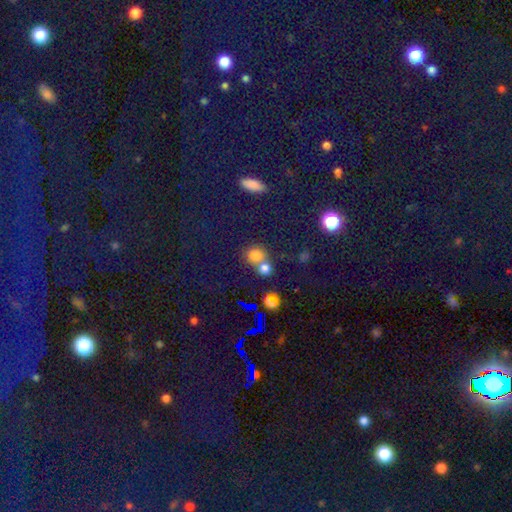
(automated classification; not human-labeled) This appears to be a smooth galaxy with no disk features (69%) that is round (78%). Merging: merger (45%).